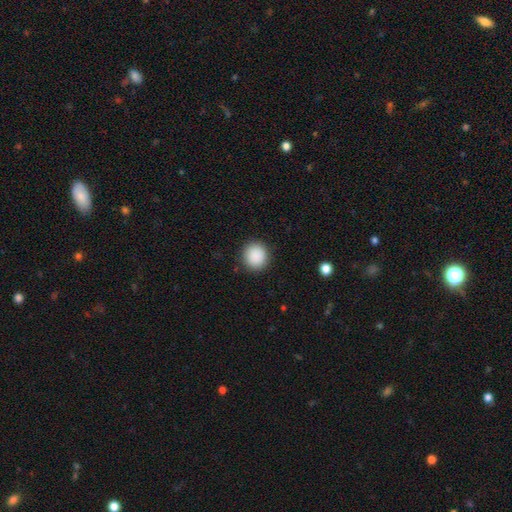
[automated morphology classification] The model was most divided on "how rounded": round: 88%, in between: 11%, cigar-shaped: 1%. More confident: merging — none (90%); smooth or featured — smooth (89%).